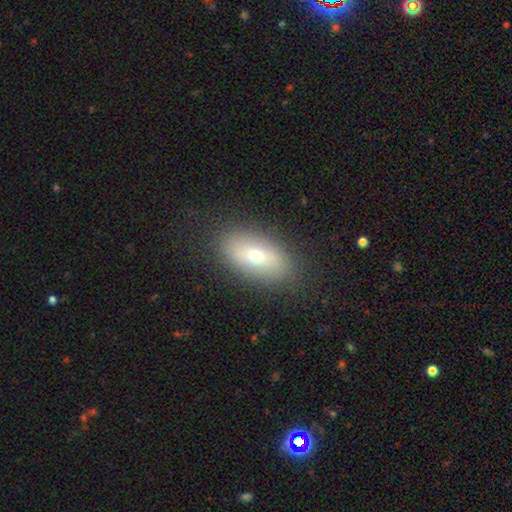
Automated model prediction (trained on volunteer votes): Overall: smooth (62%; featured or disk 29%). How rounded: in between (87%). Merging: none (86%).